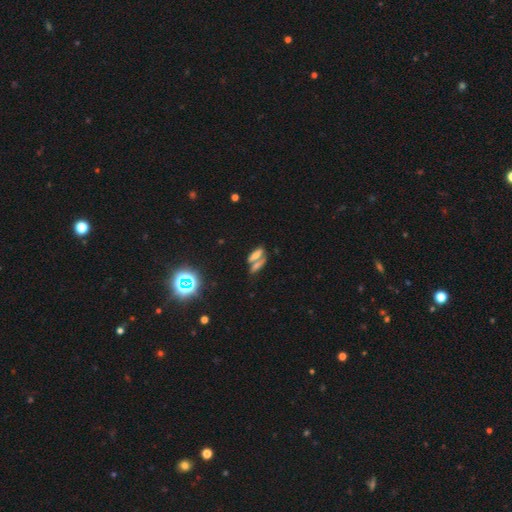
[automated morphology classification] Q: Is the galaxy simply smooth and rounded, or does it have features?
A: smooth — 55%.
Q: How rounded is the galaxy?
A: in between — 58%.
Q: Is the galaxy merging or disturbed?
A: merger — 49%.